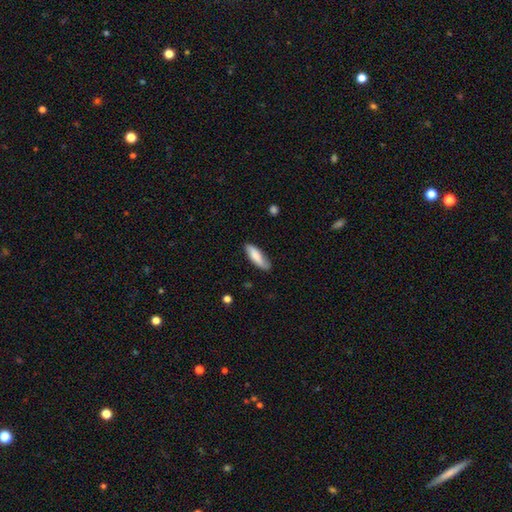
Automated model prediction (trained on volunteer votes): A smooth galaxy with no disk features (79%) that is cigar-shaped (51%). Merging: none (77%).